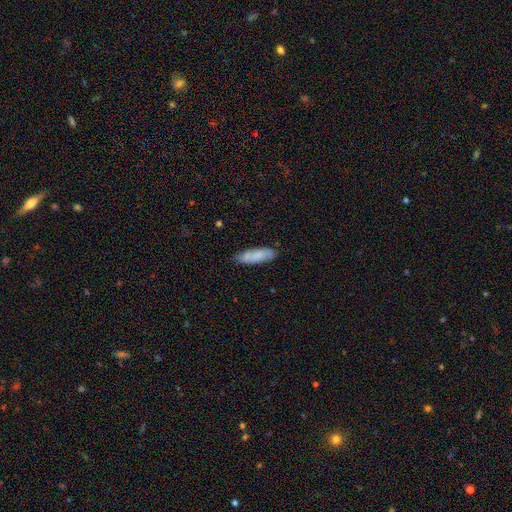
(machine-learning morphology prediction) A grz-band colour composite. It shows a smooth galaxy with no disk features (75%) that is in between round and cigar-shaped (51%). Merging: none (77%).